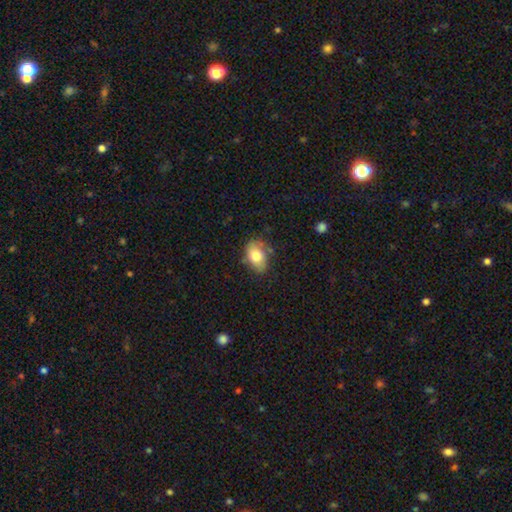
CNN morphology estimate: This is likely a smooth galaxy (71%). How rounded: clearly in between (84%). Merging: likely none (64%).